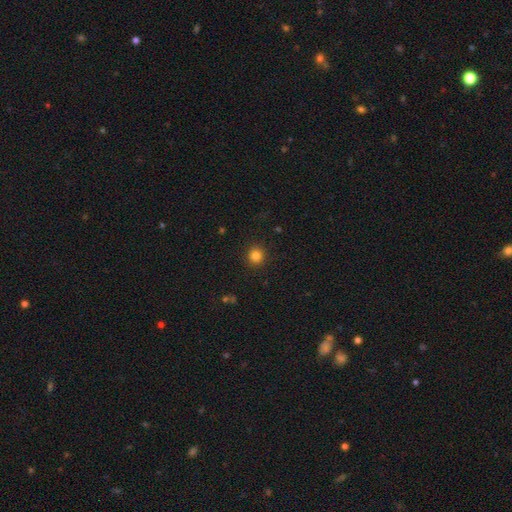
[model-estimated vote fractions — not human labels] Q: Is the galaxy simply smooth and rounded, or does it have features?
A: smooth — 83%.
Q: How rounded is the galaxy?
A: round — 91%.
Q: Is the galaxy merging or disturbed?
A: none — 92%.